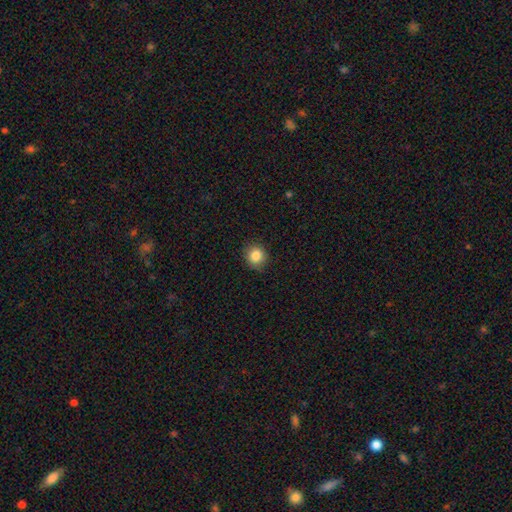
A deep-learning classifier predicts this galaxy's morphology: This appears to be a smooth galaxy with no disk features (86%) that is round (83%). Merging: none (85%).